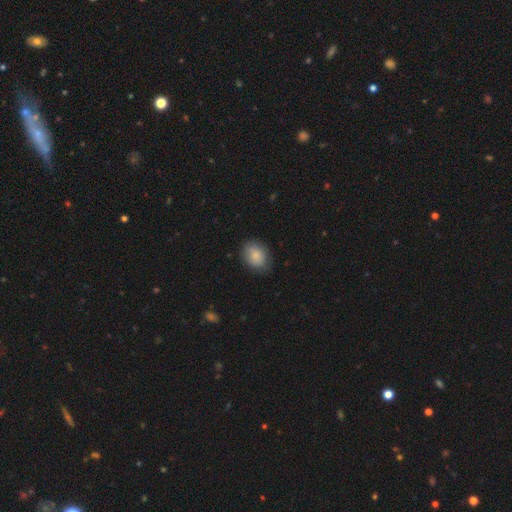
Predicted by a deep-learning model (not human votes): A smooth galaxy with no disk features (86%) that is in between round and cigar-shaped (64%).

Vote fractions:
- Smooth or featured? smooth: 86% / featured or disk: 7% / star or artifact: 7%
- How rounded? in between: 64% / round: 35% / cigar-shaped: 1%
- Merging? none: 80% / minor disturbance: 15% / major disturbance: 3% / merger: 1%